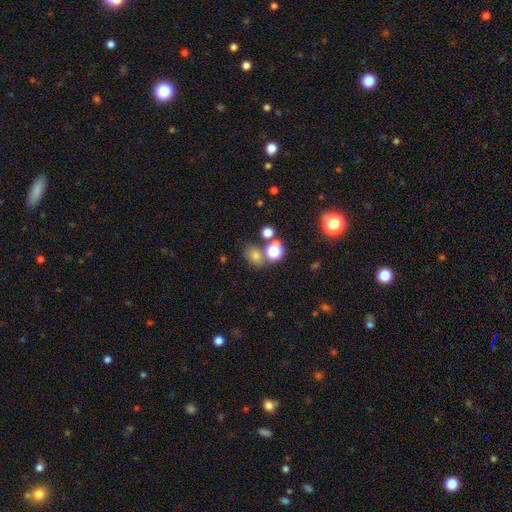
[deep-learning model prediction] Morphology: type=smooth (69%); roundness=round (54%); merging=none (63%).